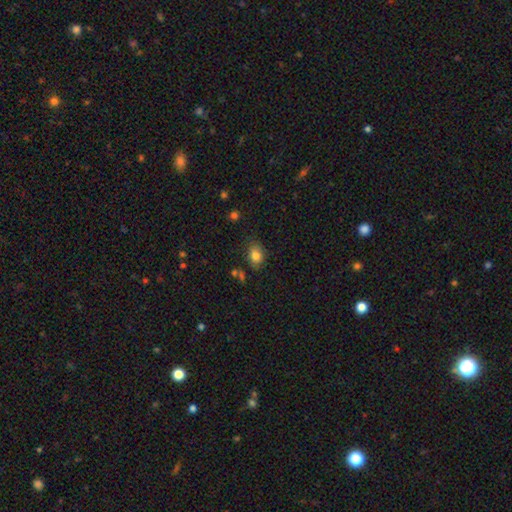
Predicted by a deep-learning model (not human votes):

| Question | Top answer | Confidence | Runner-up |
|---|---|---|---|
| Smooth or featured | smooth | 81% | star or artifact (10%) |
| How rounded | in between | 70% | round (28%) |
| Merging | none | 76% | minor disturbance (17%) |